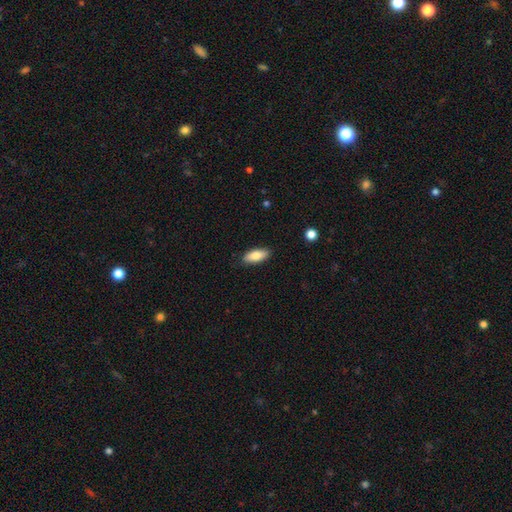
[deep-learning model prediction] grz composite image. It shows a smooth galaxy with no disk features (79%) that is in between round and cigar-shaped (80%). Merging: none (87%).